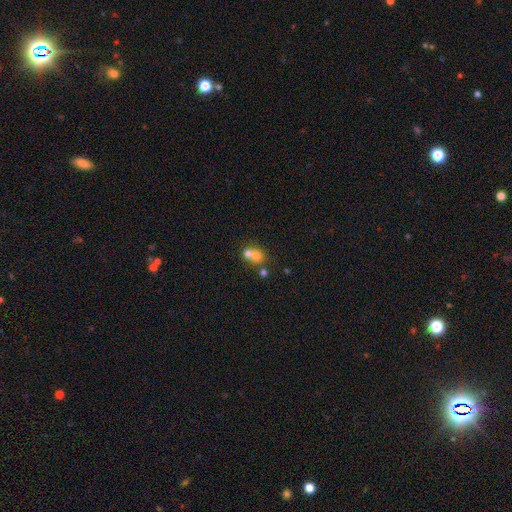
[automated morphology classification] Smooth or featured?
  - smooth: 68% *
  - featured or disk: 19%
  - star or artifact: 14%
How rounded?
  - round: 75% *
  - in between: 24%
  - cigar-shaped: 1%
Merging?
  - merger: 60% *
  - none: 32%
  - minor disturbance: 6%
  - major disturbance: 3%